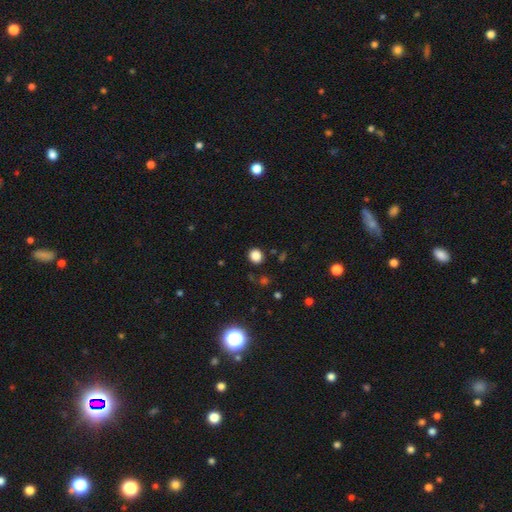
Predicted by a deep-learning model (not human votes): The model was most divided on "how rounded": round: 77%, in between: 22%, cigar-shaped: 1%. More confident: merging — none (88%); smooth or featured — smooth (83%).